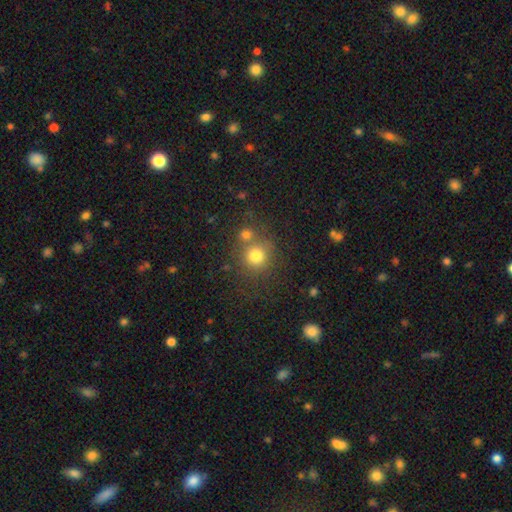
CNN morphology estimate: The model was most divided on "merging": none: 63%, merger: 24%, minor disturbance: 9%, major disturbance: 4%. More confident: how rounded — round (91%); smooth or featured — smooth (77%).